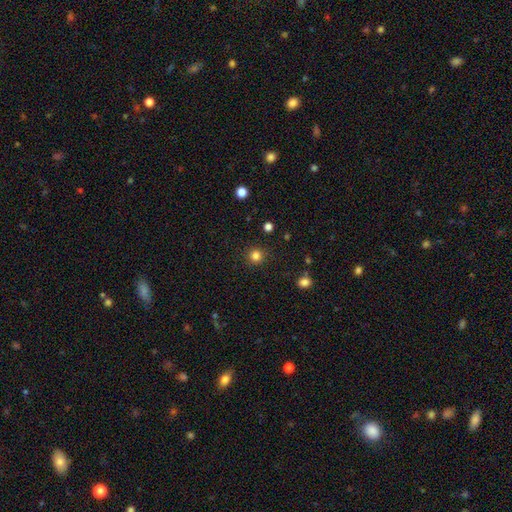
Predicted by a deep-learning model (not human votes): smooth 83%, star or artifact 13%, featured or disk 4%. Down the decision tree: how rounded — round (94%); merging — none (91%).